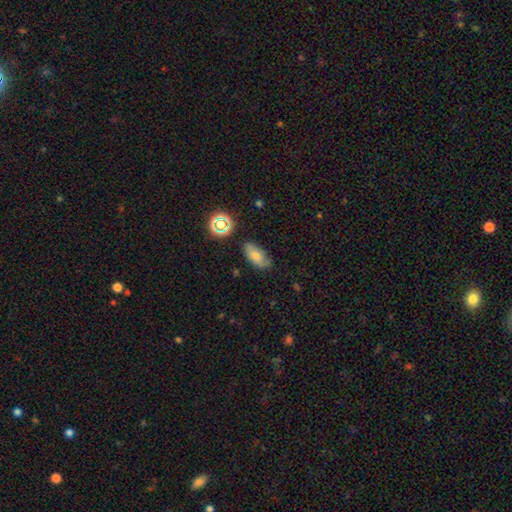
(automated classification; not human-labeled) Smooth or featured? Predicted: smooth (p=0.70). How rounded? Predicted: in between (p=0.87). Merging? Predicted: none (p=0.71).